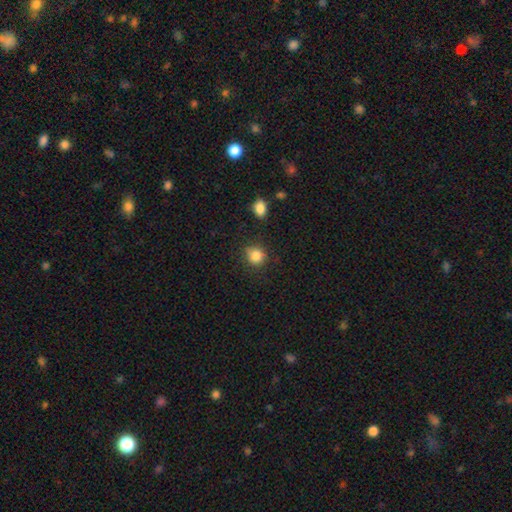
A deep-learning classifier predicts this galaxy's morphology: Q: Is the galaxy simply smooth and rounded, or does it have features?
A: smooth — 84%.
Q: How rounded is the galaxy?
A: round — 85%.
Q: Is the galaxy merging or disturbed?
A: none — 75%.